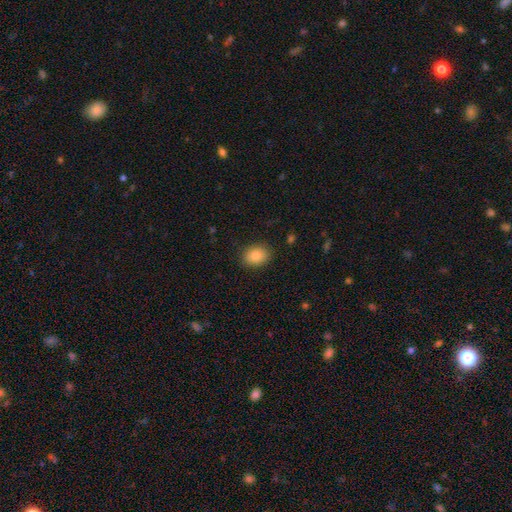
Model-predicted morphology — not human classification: This is clearly a smooth galaxy (83%). How rounded: likely in between (62%). Merging: clearly none (87%).